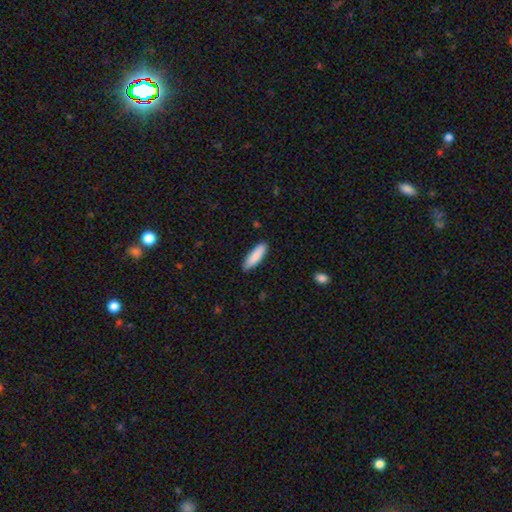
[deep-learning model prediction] The model was most divided on "how rounded": cigar-shaped: 61%, in between: 38%, round: 1%. More confident: merging — none (88%); smooth or featured — smooth (87%).